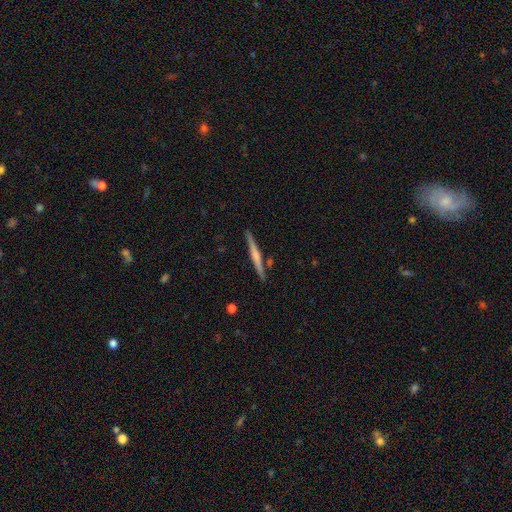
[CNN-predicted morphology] Smooth or featured: featured or disk — 62% (smooth — 33%)
Edge-on disk: yes — 98% (no — 2%)
Edge-on bulge: rounded — 47% (none — 34%)
Merging: none — 89% (minor disturbance — 7%)